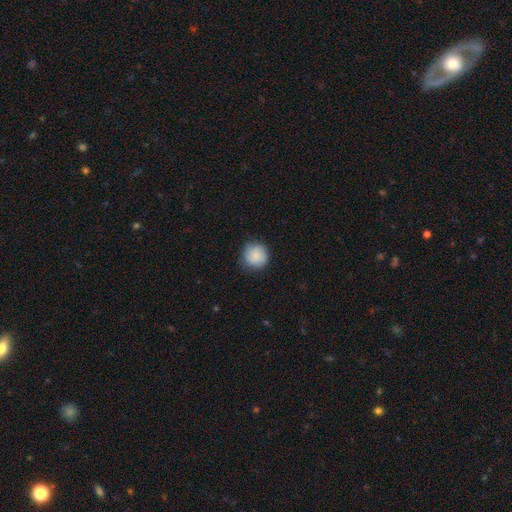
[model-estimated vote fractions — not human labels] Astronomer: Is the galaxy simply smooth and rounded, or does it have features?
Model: smooth — 86%.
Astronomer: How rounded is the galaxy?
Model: round — 93%.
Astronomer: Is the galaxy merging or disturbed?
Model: none — 83%.